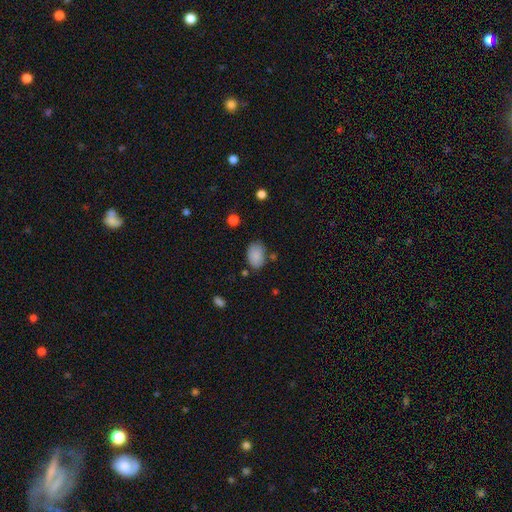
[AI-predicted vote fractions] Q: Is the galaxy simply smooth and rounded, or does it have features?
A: smooth — 88%.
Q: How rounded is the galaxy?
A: in between — 84%.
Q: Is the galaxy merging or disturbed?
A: none — 73%.